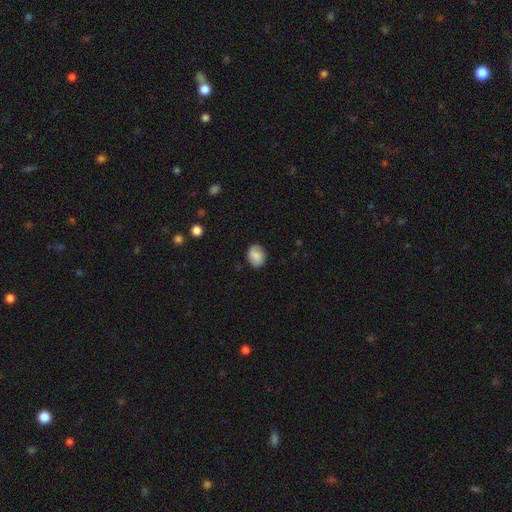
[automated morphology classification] Smooth or featured: smooth — 78% (featured or disk — 13%)
How rounded: round — 51% (in between — 48%)
Merging: none — 82% (minor disturbance — 13%)